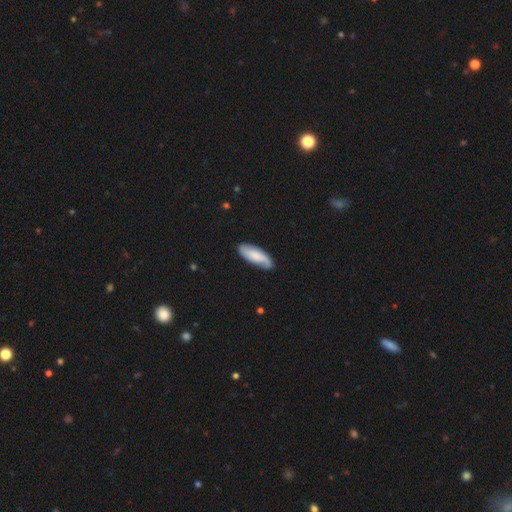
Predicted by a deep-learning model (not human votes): This is likely a smooth galaxy (62%). How rounded: likely in between (66%). Merging: likely none (78%).